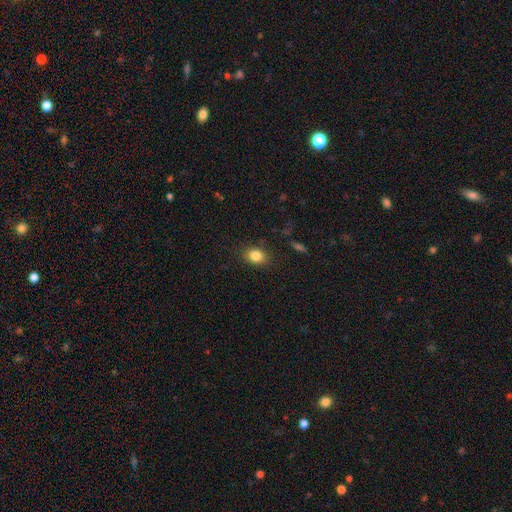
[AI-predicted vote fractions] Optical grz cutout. It shows a smooth galaxy with no disk features (84%) that is in between round and cigar-shaped (64%). Merging: none (85%).